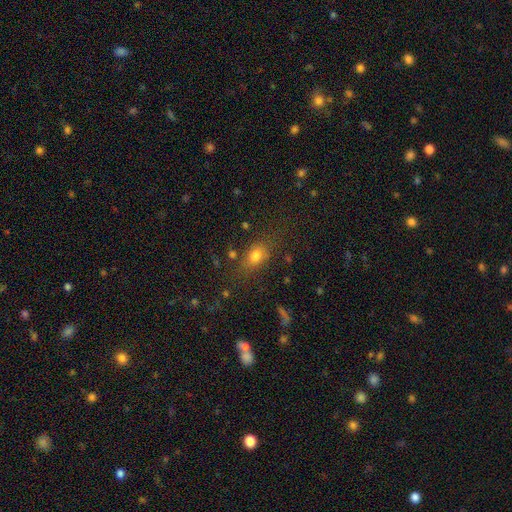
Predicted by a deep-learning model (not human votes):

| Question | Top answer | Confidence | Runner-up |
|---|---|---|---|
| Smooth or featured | smooth | 75% | star or artifact (13%) |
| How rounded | in between | 68% | round (26%) |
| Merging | none | 71% | minor disturbance (17%) |